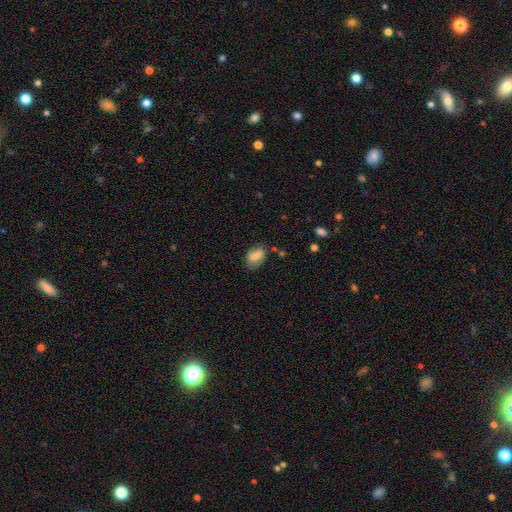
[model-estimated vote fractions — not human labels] smooth_or_featured: smooth (p=0.77) [alt: featured or disk p=0.14]
how_rounded: in between (p=0.84) [alt: round p=0.14]
merging: none (p=0.62) [alt: minor disturbance p=0.27]